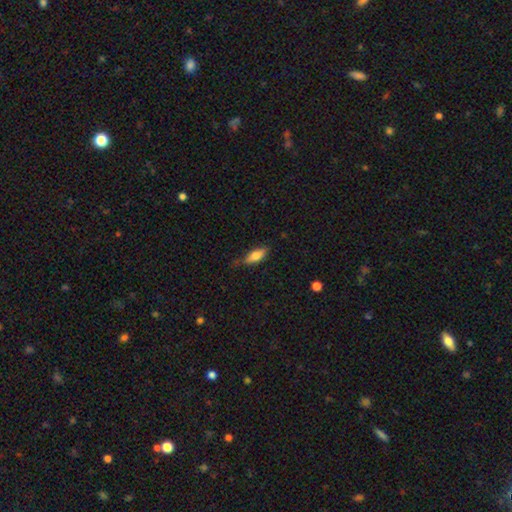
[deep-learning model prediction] Q: Smooth or featured?
A: smooth (74%); runner-up: featured or disk (19%)
Q: How rounded?
A: in between (68%); runner-up: cigar-shaped (30%)
Q: Merging?
A: none (68%); runner-up: minor disturbance (25%)